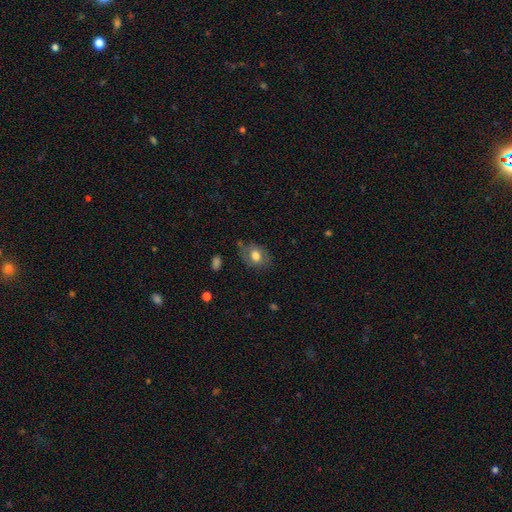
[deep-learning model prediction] Overall: smooth (70%). How rounded: in between (68%; round 31%). Merging: none (70%).